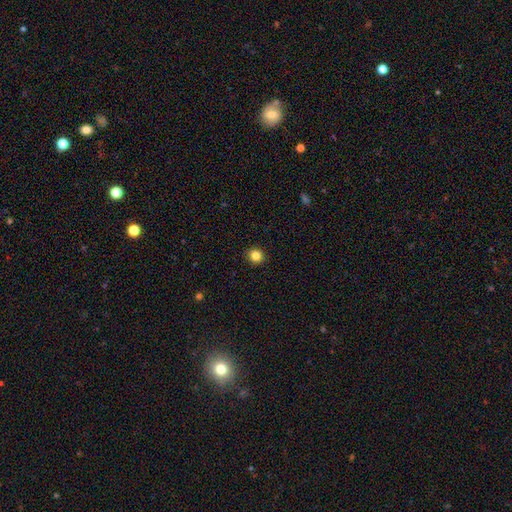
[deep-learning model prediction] Smooth or featured?
  - smooth: 84% *
  - star or artifact: 12%
  - featured or disk: 4%
How rounded?
  - round: 91% *
  - in between: 8%
  - cigar-shaped: 1%
Merging?
  - none: 93% *
  - minor disturbance: 5%
  - major disturbance: 2%
  - merger: 1%